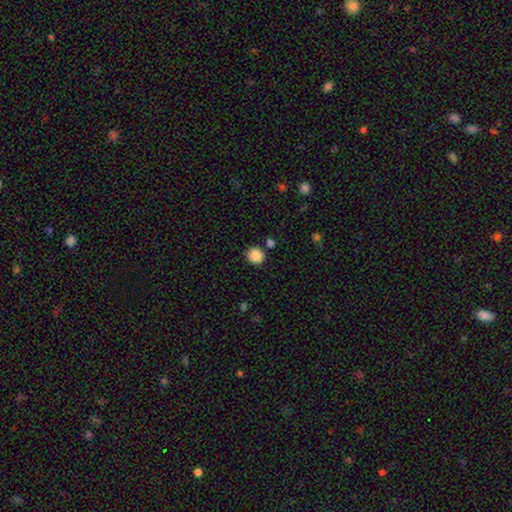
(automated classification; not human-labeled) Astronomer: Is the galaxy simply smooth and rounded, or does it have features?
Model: smooth — 88%.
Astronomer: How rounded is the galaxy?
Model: round — 84%.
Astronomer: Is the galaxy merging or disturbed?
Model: none — 83%.